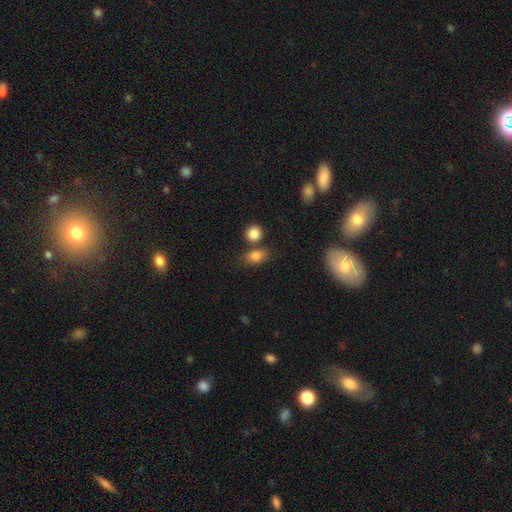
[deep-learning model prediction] Q: Smooth or featured?
A: smooth (81%); runner-up: star or artifact (10%)
Q: How rounded?
A: in between (69%); runner-up: round (27%)
Q: Merging?
A: none (62%); runner-up: merger (19%)